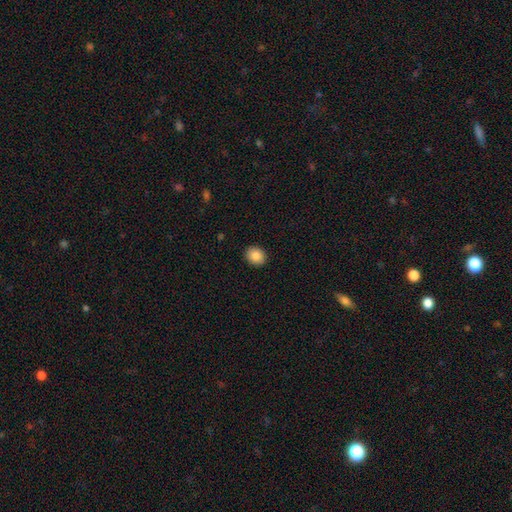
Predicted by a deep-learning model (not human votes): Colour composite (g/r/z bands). It shows a smooth galaxy with no disk features (87%) that is round (59%). Merging: none (91%).